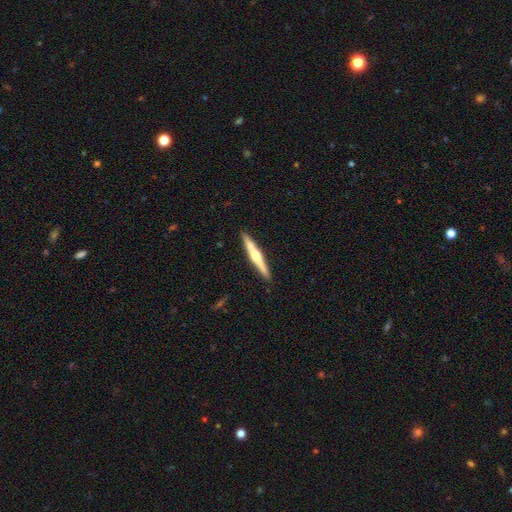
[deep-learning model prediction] smooth-or-featured: featured or disk: 66% | smooth: 29% | star or artifact: 5%
  disk-edge-on: yes: 98% | no: 2%
    edge-on-bulge: rounded: 88% | none: 7% | boxy: 5%
  merging: none: 89% | minor disturbance: 7% | merger: 2% | major disturbance: 1%